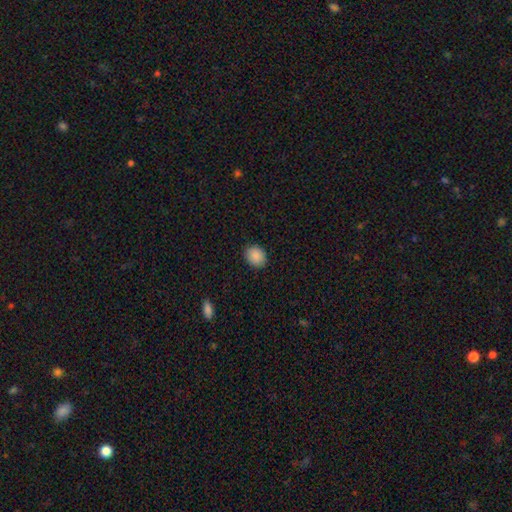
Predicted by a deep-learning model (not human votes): The model was most divided on "how rounded": round: 55%, in between: 45%, cigar-shaped: 1%. More confident: smooth or featured — smooth (89%); merging — none (88%).